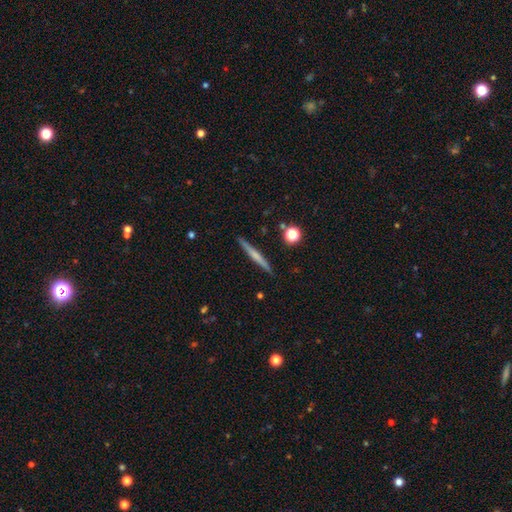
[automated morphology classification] Overall: featured or disk (49%; smooth 44%). Merging: none (90%).